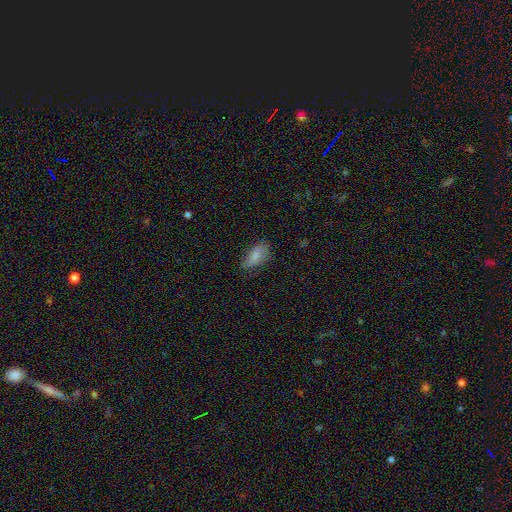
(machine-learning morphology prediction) smooth_or_featured: smooth (p=0.80) [alt: featured or disk p=0.13]
how_rounded: in between (p=0.90) [alt: cigar-shaped p=0.07]
merging: none (p=0.61) [alt: minor disturbance p=0.29]